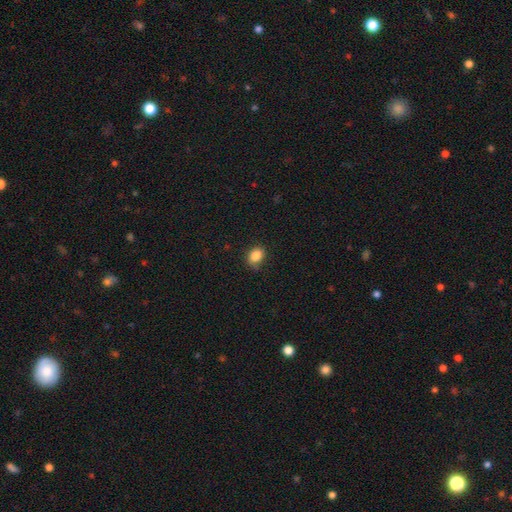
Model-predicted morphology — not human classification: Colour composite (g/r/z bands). It shows a smooth galaxy with no disk features (86%) that is in between round and cigar-shaped (51%). Merging: none (75%).